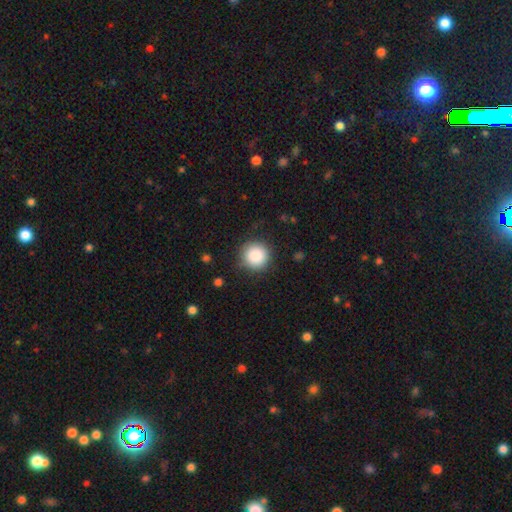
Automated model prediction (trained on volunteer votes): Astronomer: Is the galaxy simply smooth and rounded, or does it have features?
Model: smooth — 87%.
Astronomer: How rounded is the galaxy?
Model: round — 95%.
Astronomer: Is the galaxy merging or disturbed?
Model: none — 87%.